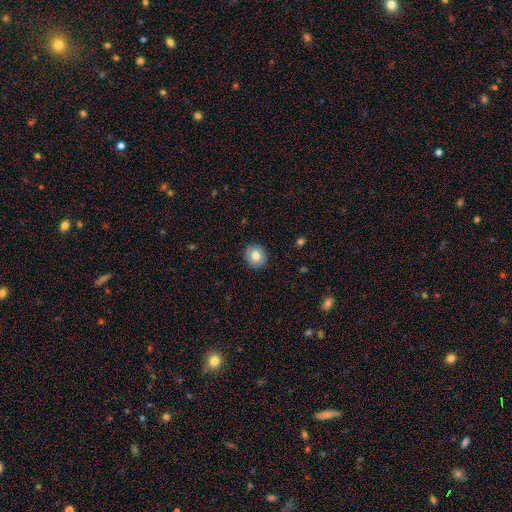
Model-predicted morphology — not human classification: smooth_or_featured: smooth (p=0.79) [alt: featured or disk p=0.13]
how_rounded: round (p=0.86) [alt: in between p=0.13]
merging: none (p=0.91) [alt: minor disturbance p=0.07]